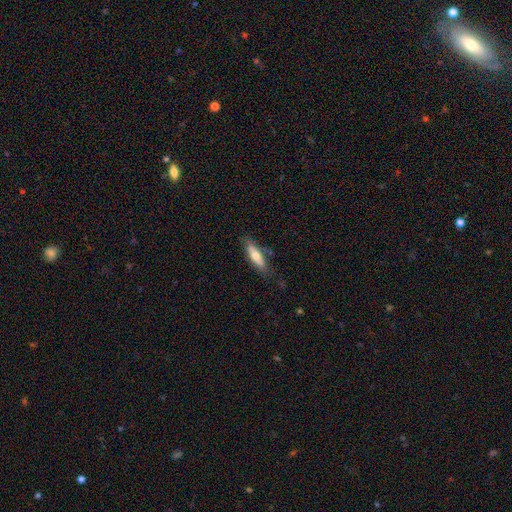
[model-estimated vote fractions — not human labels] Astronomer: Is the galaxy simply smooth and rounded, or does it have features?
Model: smooth — 61%.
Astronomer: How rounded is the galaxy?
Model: cigar-shaped — 60% (runner-up: in between, 39%).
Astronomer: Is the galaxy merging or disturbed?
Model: none — 73%.